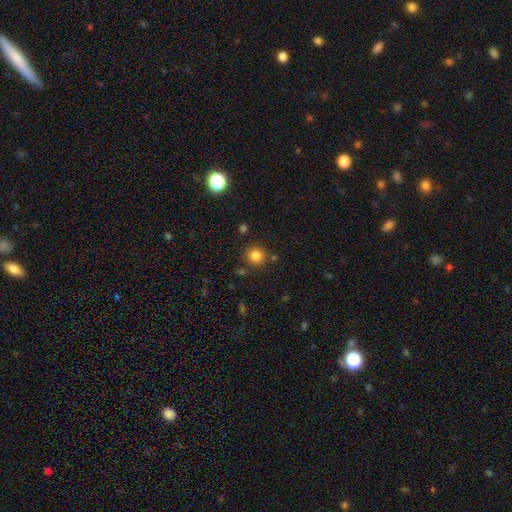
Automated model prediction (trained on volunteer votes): smooth 83%, star or artifact 12%, featured or disk 4%. Down the decision tree: how rounded — round (92%); merging — none (85%).